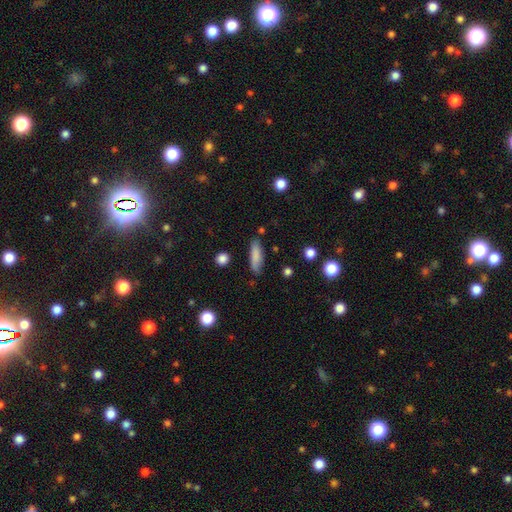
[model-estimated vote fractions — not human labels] A smooth galaxy with no disk features (82%) that is cigar-shaped (56%).

Vote fractions:
- Smooth or featured? smooth: 82% / featured or disk: 10% / star or artifact: 7%
- How rounded? cigar-shaped: 56% / in between: 42% / round: 2%
- Merging? none: 81% / minor disturbance: 13% / merger: 3% / major disturbance: 3%